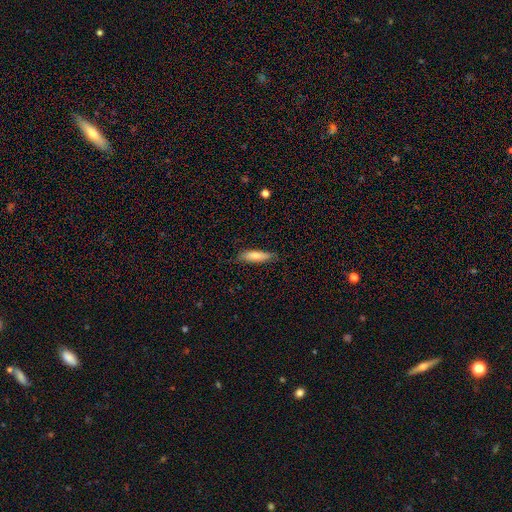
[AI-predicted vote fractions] Overall: smooth (75%). How rounded: cigar-shaped (63%; in between 36%). Merging: none (80%).